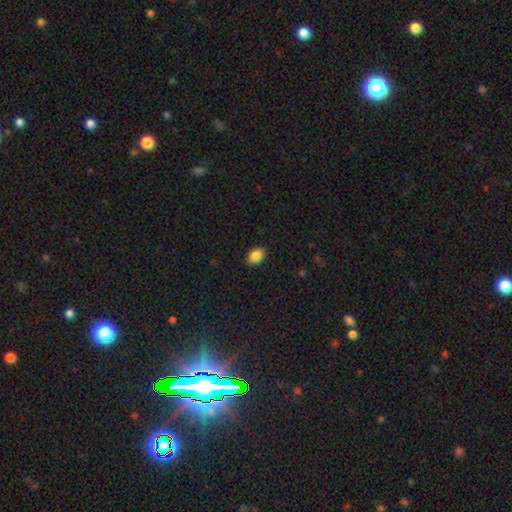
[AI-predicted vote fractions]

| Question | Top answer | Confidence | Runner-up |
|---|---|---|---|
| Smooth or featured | smooth | 87% | star or artifact (8%) |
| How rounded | in between | 80% | round (19%) |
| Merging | none | 90% | minor disturbance (7%) |